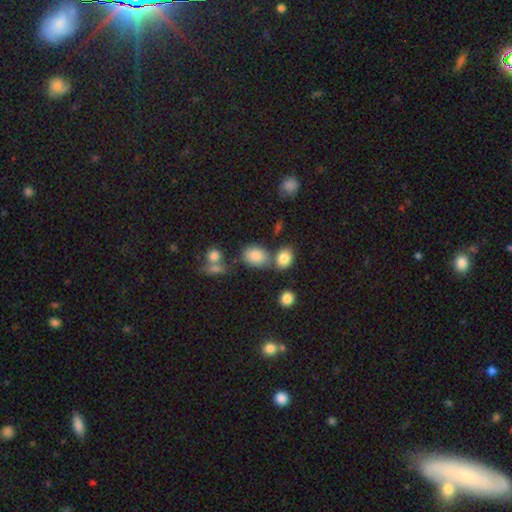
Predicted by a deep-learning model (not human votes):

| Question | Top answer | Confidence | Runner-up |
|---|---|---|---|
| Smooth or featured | smooth | 80% | star or artifact (12%) |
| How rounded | in between | 63% | round (36%) |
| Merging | none | 62% | merger (20%) |